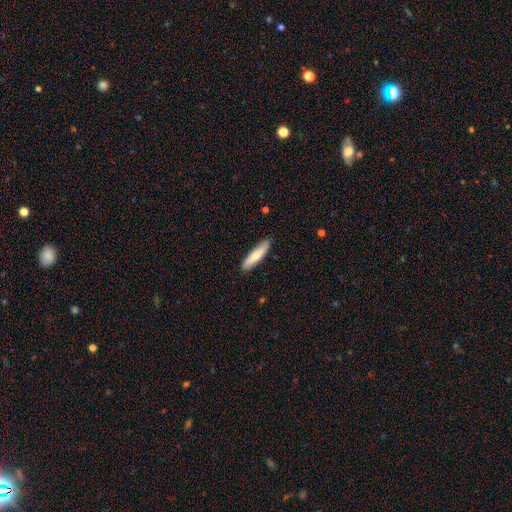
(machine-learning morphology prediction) This appears to be a smooth galaxy with no disk features (66%) that is cigar-shaped (79%). Merging: none (88%).